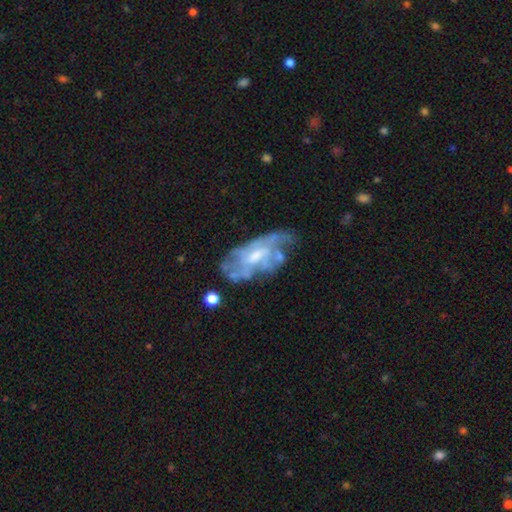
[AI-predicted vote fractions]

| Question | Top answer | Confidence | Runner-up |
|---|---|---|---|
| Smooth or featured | featured or disk | 75% | smooth (17%) |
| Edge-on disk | no | 92% | yes (8%) |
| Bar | no | 51% | weak (40%) |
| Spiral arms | yes | 63% | no (37%) |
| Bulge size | moderate | 46% | small (39%) |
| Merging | none | 49% | minor disturbance (25%) |